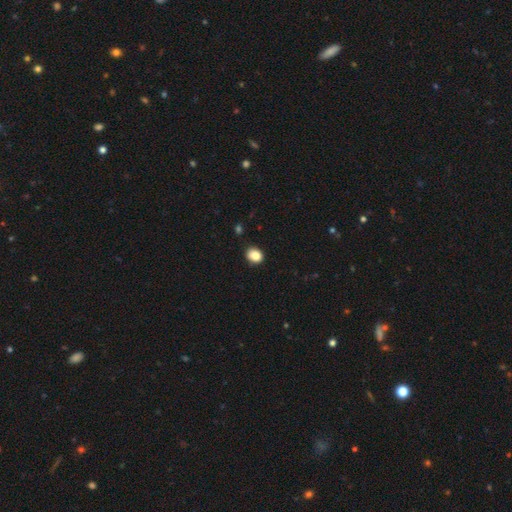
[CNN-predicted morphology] type=smooth (86%); roundness=round (52%); merging=none (86%).